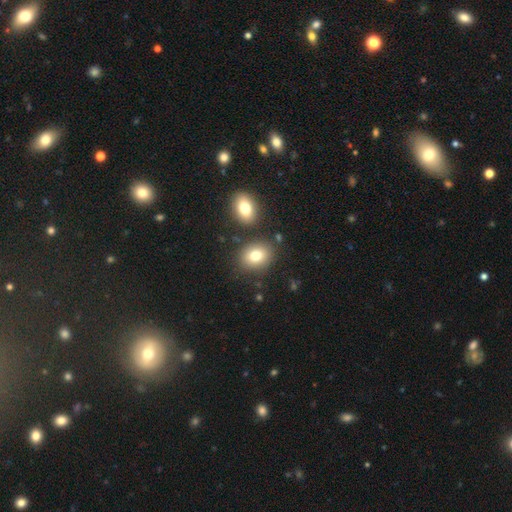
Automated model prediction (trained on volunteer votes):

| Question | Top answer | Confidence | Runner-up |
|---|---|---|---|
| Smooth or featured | smooth | 78% | featured or disk (12%) |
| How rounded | in between | 52% | round (48%) |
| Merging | none | 77% | minor disturbance (10%) |